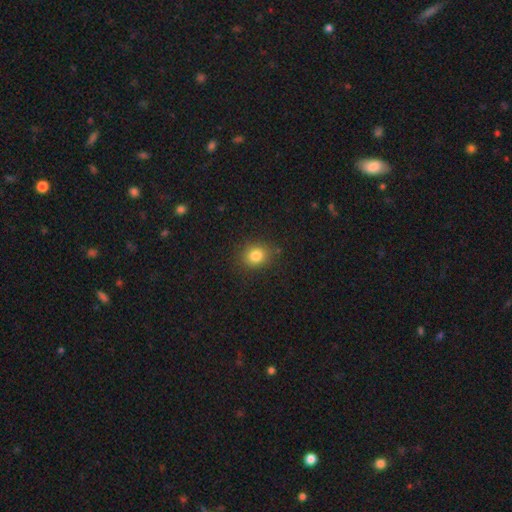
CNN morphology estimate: Smooth or featured: smooth — 83% (star or artifact — 11%)
How rounded: round — 63% (in between — 36%)
Merging: none — 85% (minor disturbance — 11%)